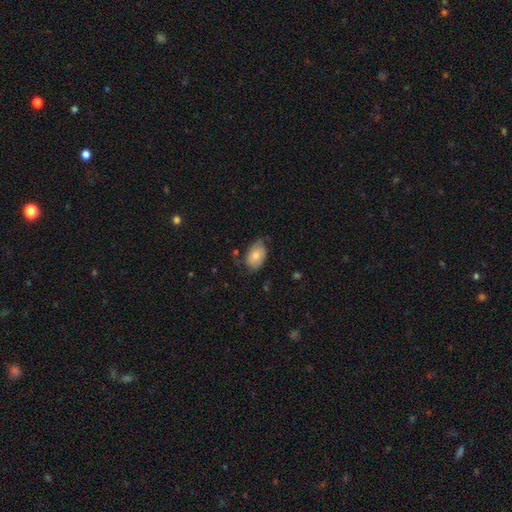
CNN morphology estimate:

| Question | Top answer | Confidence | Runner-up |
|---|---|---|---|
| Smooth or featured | smooth | 70% | featured or disk (23%) |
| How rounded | in between | 87% | round (11%) |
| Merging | none | 57% | minor disturbance (33%) |